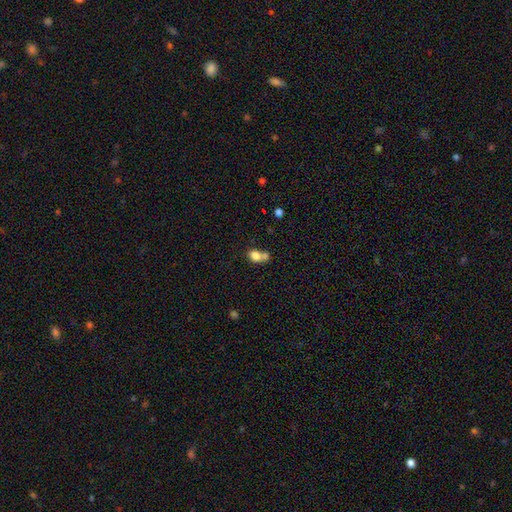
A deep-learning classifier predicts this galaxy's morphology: Q: Smooth or featured?
A: smooth (78%); runner-up: featured or disk (12%)
Q: How rounded?
A: in between (59%); runner-up: round (39%)
Q: Merging?
A: merger (55%); runner-up: none (29%)